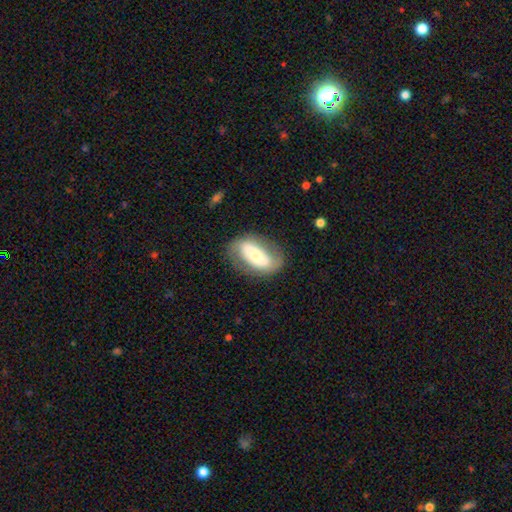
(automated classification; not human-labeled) smooth_or_featured: featured or disk (p=0.56) [alt: smooth p=0.37]
disk_edge_on: no (p=0.92) [alt: yes p=0.08]
bar: strong (p=0.41) [alt: weak p=0.30]
has_spiral_arms: yes (p=0.73) [alt: no p=0.27]
bulge_size: moderate (p=0.41) [alt: small p=0.36]
merging: none (p=0.72) [alt: minor disturbance p=0.18]